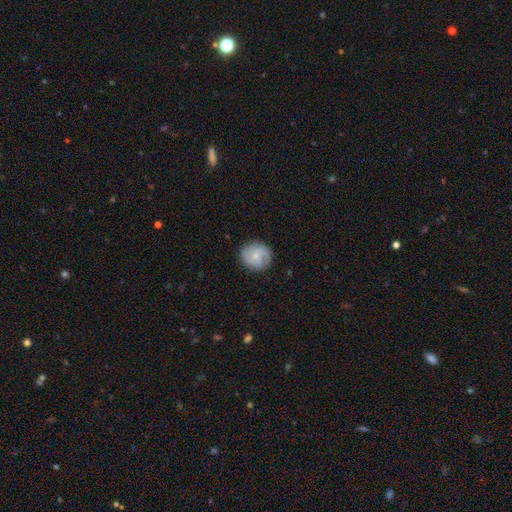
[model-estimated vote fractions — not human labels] Smooth or featured?
  - featured or disk: 57% *
  - smooth: 36%
  - star or artifact: 7%
Edge-on disk?
  - no: 98% *
  - yes: 2%
Bar?
  - no: 65% *
  - weak: 31%
  - strong: 4%
Spiral arms?
  - yes: 92% *
  - no: 8%
Spiral winding?
  - tight: 43% *
  - medium: 42%
  - loose: 14%
Spiral arm count?
  - 2: 63% *
  - can't tell: 15%
  - 3: 12%
  - 1: 5%
  - 4: 3%
  - more than 4: 3%
Bulge size?
  - small: 68% *
  - moderate: 22%
  - none: 8%
  - large: 1%
  - dominant: 1%
Merging?
  - none: 84% *
  - minor disturbance: 11%
  - major disturbance: 3%
  - merger: 1%